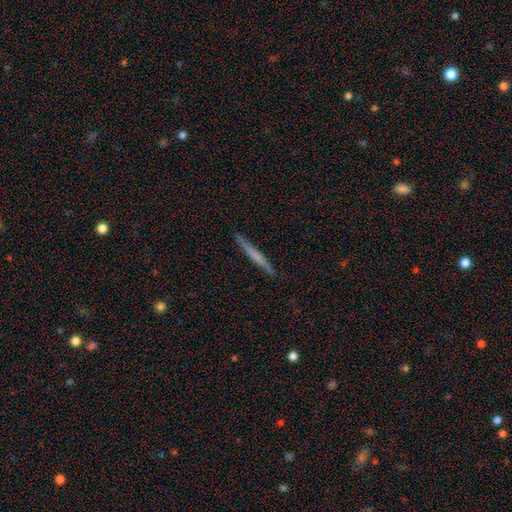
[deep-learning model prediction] The model was most divided on "smooth or featured": smooth: 52%, featured or disk: 43%, star or artifact: 6%. More confident: how rounded — cigar-shaped (96%); merging — none (90%).